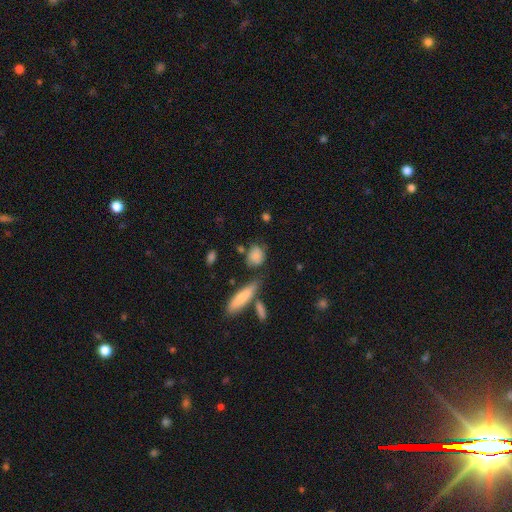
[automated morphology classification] type=smooth (79%); roundness=round (48%); merging=none (58%).